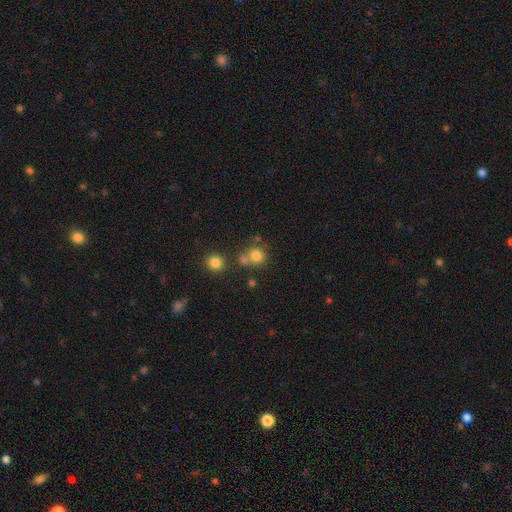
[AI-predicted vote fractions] A smooth galaxy with no disk features (78%) that is round (88%). Merging: none (58%).